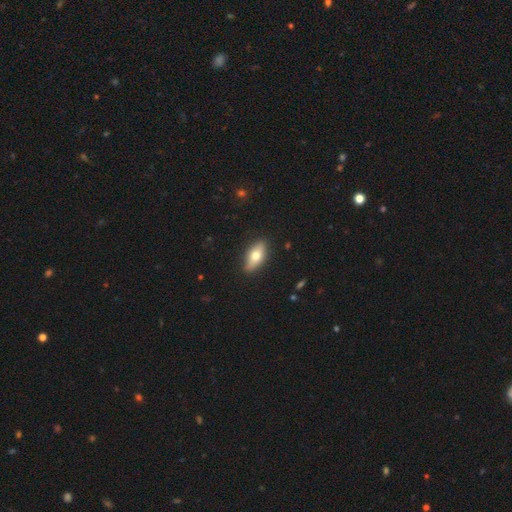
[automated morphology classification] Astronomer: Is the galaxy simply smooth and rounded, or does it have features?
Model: smooth — 65%.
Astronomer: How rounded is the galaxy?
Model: in between — 80%.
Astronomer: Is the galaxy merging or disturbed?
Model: none — 86%.